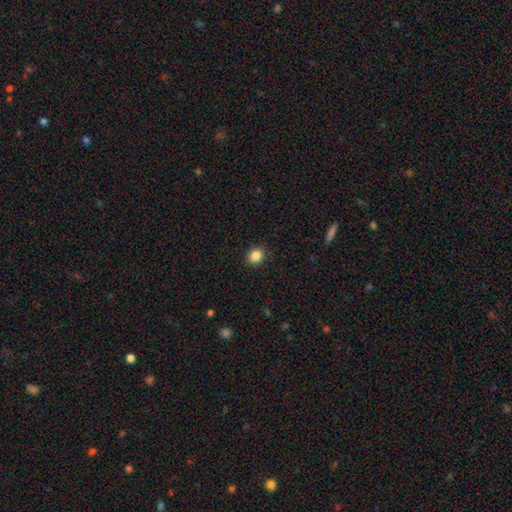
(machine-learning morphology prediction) Overall: smooth (86%). How rounded: round (57%; in between 42%). Merging: none (90%).